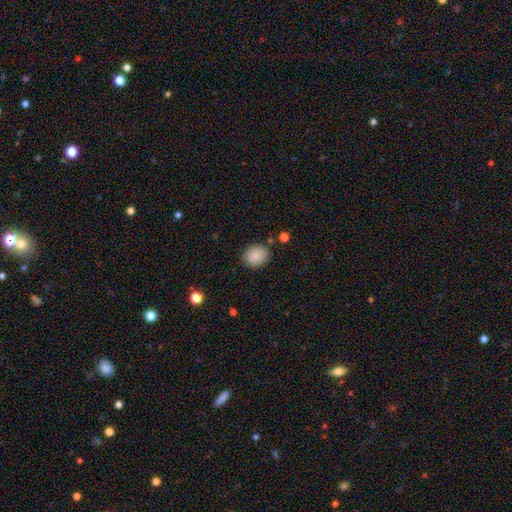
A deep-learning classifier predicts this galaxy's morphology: A smooth galaxy with no disk features (86%) that is round (52%). Merging: none (84%).